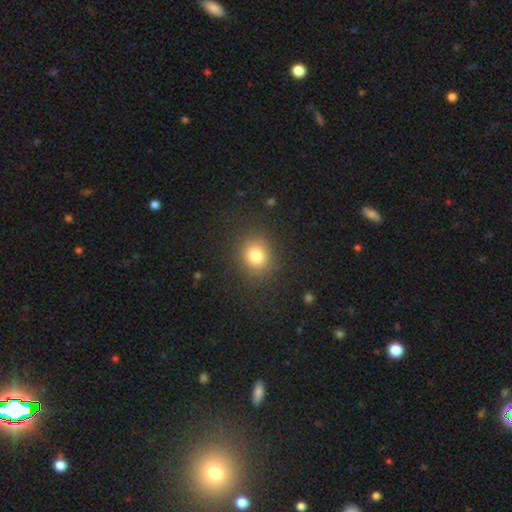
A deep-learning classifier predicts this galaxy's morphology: Smooth or featured? smooth (79%)
How rounded? round (76%)
Merging? none (87%)